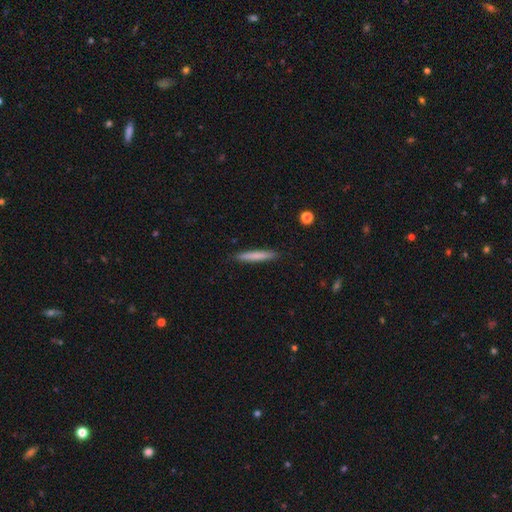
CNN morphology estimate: This is likely a smooth galaxy (76%). How rounded: clearly cigar-shaped (95%). Merging: clearly none (90%).